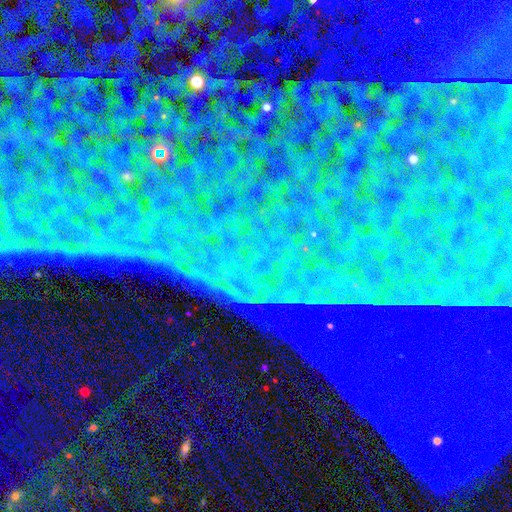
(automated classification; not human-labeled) smooth_or_featured: star or artifact (p=0.87) [alt: featured or disk p=0.07]